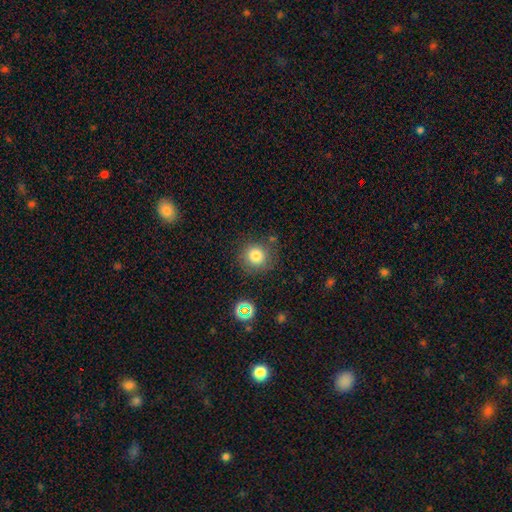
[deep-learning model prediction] Overall: smooth (79%). How rounded: round (92%). Merging: none (79%).